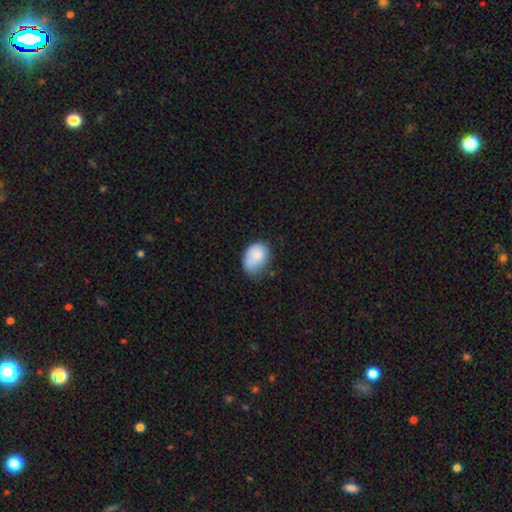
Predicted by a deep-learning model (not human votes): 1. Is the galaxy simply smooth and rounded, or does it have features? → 83% smooth, 10% featured or disk, 7% star or artifact.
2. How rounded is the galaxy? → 78% in between, 21% round, 1% cigar-shaped.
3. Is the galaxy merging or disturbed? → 51% none, 37% minor disturbance, 10% major disturbance, 3% merger.